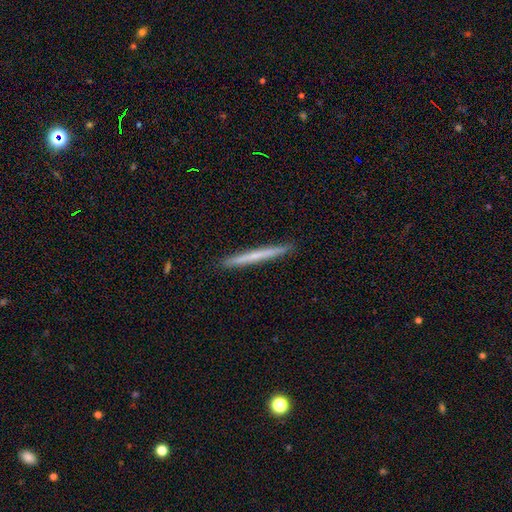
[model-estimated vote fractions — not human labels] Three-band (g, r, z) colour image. It shows a smooth galaxy with no disk features (55%) that is cigar-shaped (97%). Merging: none (92%).